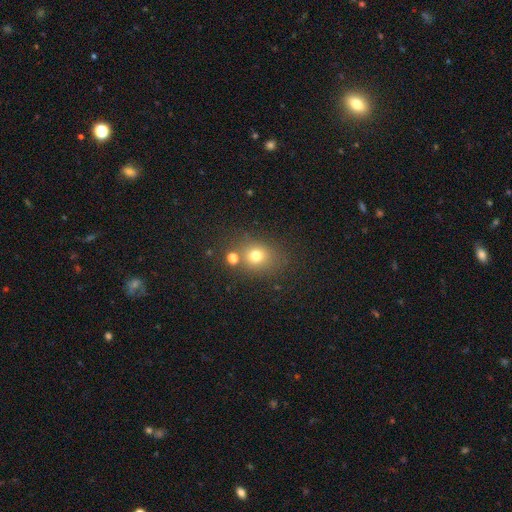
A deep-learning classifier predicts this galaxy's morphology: smooth 73%, star or artifact 17%, featured or disk 10%. Down the decision tree: how rounded — round (67%); merging — none (70%).